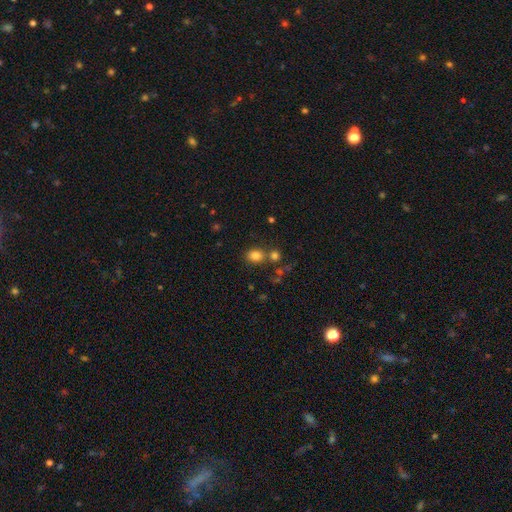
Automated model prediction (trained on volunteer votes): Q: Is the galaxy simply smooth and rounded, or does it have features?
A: smooth — 82%.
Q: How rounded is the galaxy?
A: in between — 51%.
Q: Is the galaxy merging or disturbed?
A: none — 67%.